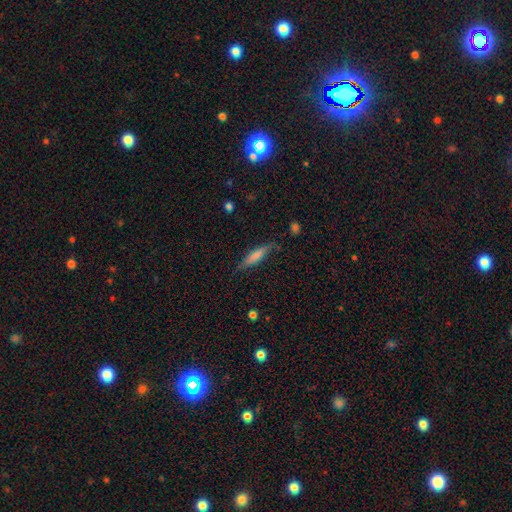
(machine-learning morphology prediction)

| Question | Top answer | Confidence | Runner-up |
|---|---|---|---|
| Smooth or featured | smooth | 65% | featured or disk (29%) |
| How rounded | cigar-shaped | 81% | in between (17%) |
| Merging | none | 80% | minor disturbance (15%) |